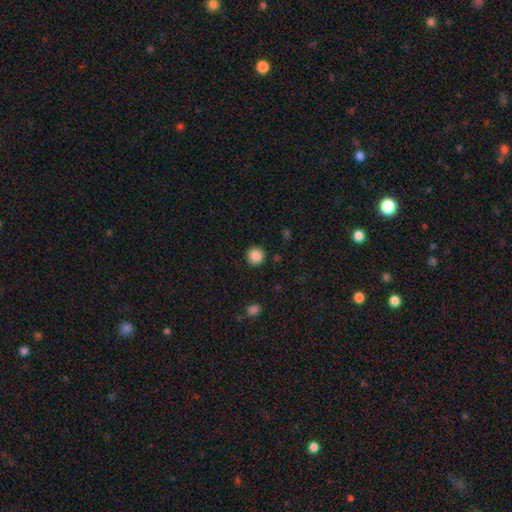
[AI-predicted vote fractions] Q: Smooth or featured?
A: smooth (87%); runner-up: star or artifact (10%)
Q: How rounded?
A: round (90%); runner-up: in between (9%)
Q: Merging?
A: none (89%); runner-up: minor disturbance (7%)